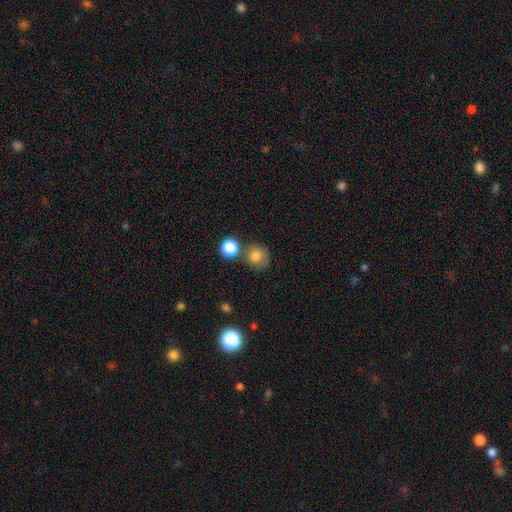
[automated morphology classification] Smooth or featured? Predicted: smooth (p=0.80). How rounded? Predicted: round (p=0.84). Merging? Predicted: none (p=0.60).